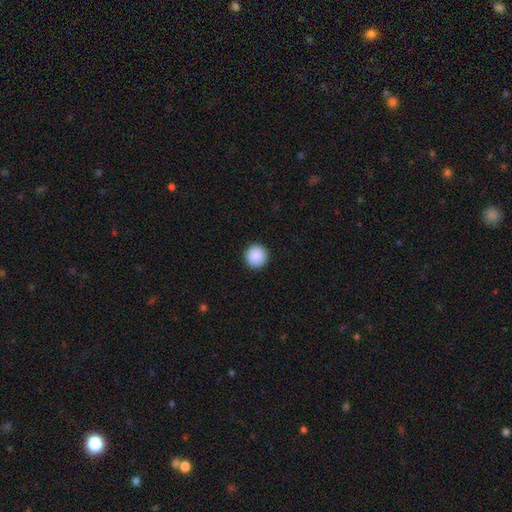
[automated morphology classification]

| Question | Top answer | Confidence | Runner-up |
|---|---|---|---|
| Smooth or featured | smooth | 90% | star or artifact (8%) |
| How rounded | round | 96% | in between (3%) |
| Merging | none | 93% | minor disturbance (4%) |